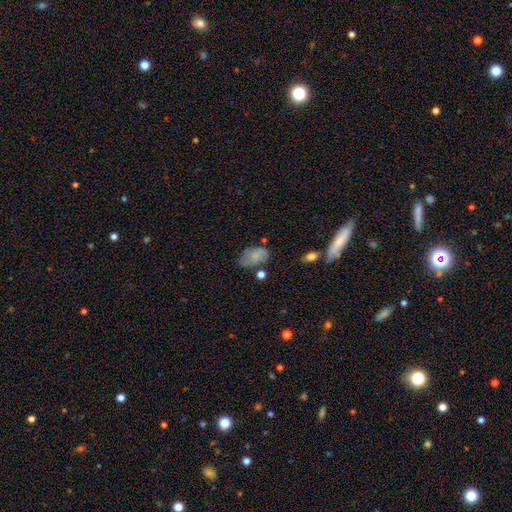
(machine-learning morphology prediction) The model was most divided on "merging": none: 56%, minor disturbance: 27%, major disturbance: 10%, merger: 6%. More confident: how rounded — in between (89%); smooth or featured — smooth (64%).